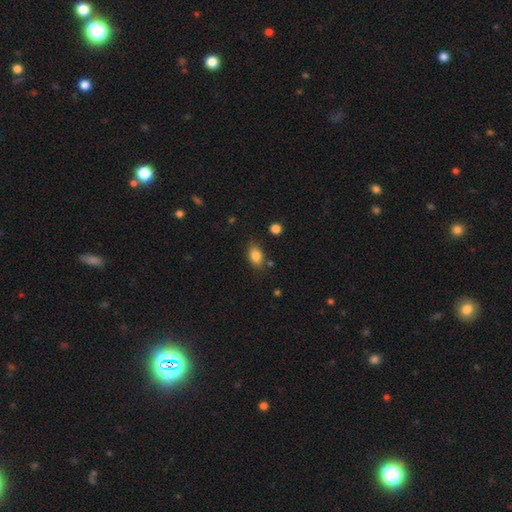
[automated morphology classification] A smooth galaxy with no disk features (82%) that is in between round and cigar-shaped (83%).

Vote fractions:
- Smooth or featured? smooth: 82% / star or artifact: 9% / featured or disk: 9%
- How rounded? in between: 83% / round: 14% / cigar-shaped: 3%
- Merging? none: 78% / minor disturbance: 15% / merger: 4% / major disturbance: 3%